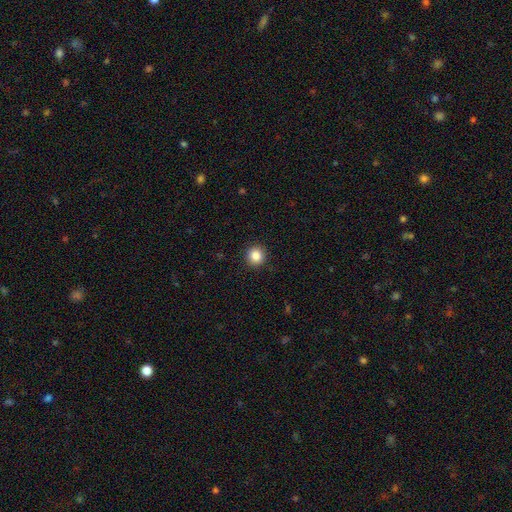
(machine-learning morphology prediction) A smooth galaxy with no disk features (86%) that is round (94%).

Vote fractions:
- Smooth or featured? smooth: 86% / star or artifact: 10% / featured or disk: 4%
- How rounded? round: 94% / in between: 5% / cigar-shaped: 1%
- Merging? none: 92% / minor disturbance: 5% / major disturbance: 2% / merger: 1%